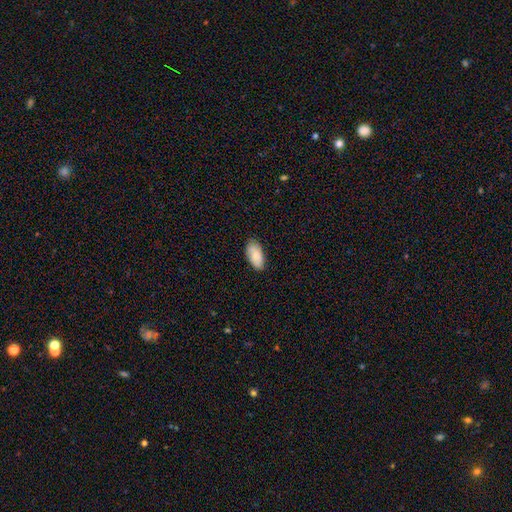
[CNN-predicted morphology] The model was most divided on "merging": none: 82%, minor disturbance: 15%, major disturbance: 2%, merger: 1%. More confident: how rounded — in between (94%); smooth or featured — smooth (82%).